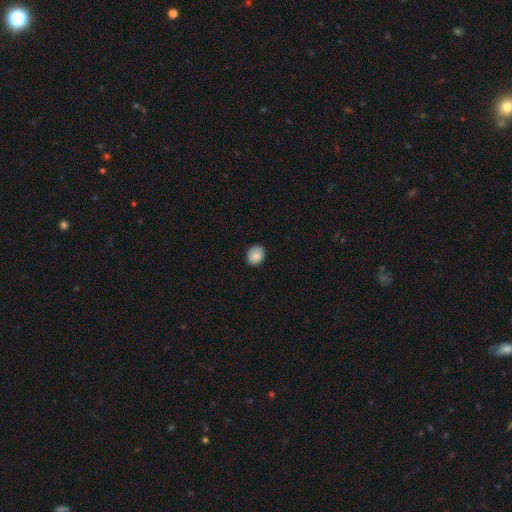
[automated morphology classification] This is clearly a smooth galaxy (87%). How rounded: likely round (69%). Merging: clearly none (87%).